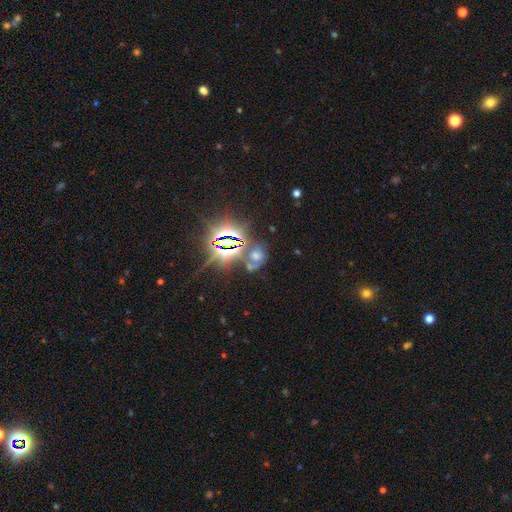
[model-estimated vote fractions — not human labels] Smooth or featured? Predicted: star or artifact (p=0.54).